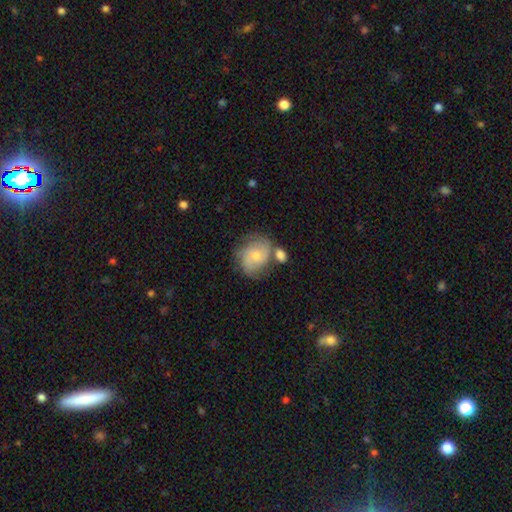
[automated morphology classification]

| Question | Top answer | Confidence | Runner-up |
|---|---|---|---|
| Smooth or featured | featured or disk | 52% | smooth (40%) |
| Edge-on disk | no | 97% | yes (3%) |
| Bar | no | 78% | weak (19%) |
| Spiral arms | yes | 81% | no (19%) |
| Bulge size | small | 50% | moderate (44%) |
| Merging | none | 51% | minor disturbance (21%) |